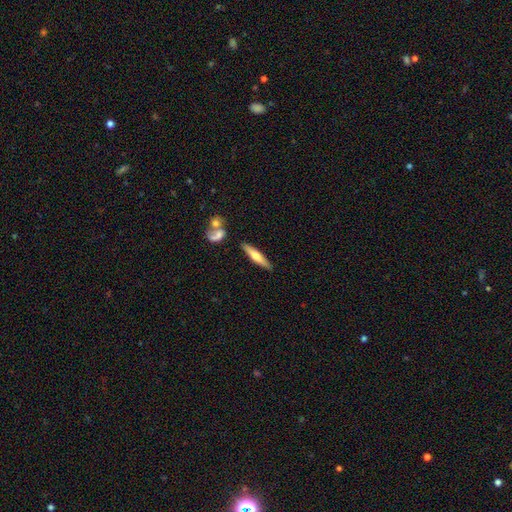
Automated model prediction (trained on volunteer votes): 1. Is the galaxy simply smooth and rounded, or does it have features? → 49% featured or disk, 46% smooth, 6% star or artifact.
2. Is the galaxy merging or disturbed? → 84% none, 9% minor disturbance, 5% merger, 2% major disturbance.